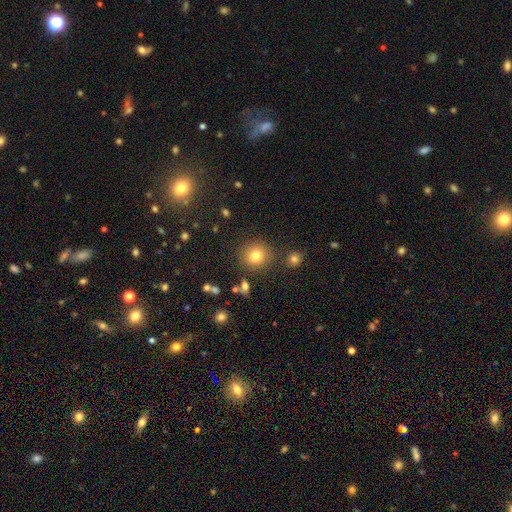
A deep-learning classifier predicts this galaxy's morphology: A smooth galaxy with no disk features (79%) that is round (89%). Merging: none (85%).